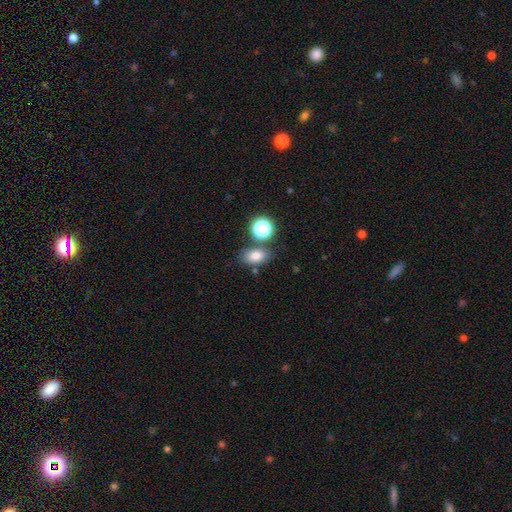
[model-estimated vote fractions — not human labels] Q: Smooth or featured?
A: smooth (77%); runner-up: star or artifact (14%)
Q: How rounded?
A: in between (74%); runner-up: round (24%)
Q: Merging?
A: none (72%); runner-up: merger (12%)